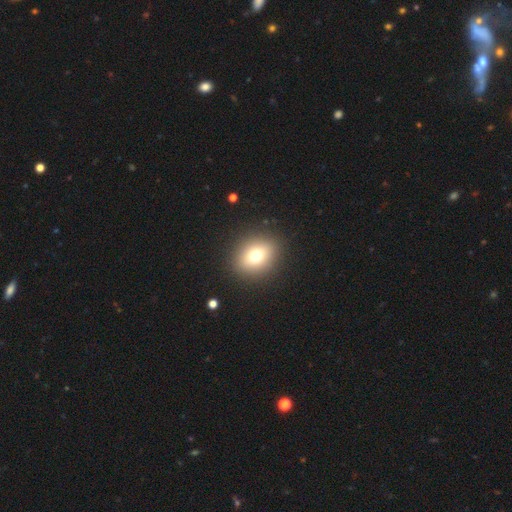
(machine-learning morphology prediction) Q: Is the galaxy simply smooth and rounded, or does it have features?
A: smooth — 73%.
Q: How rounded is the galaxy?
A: round — 57%.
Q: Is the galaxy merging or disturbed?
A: none — 90%.